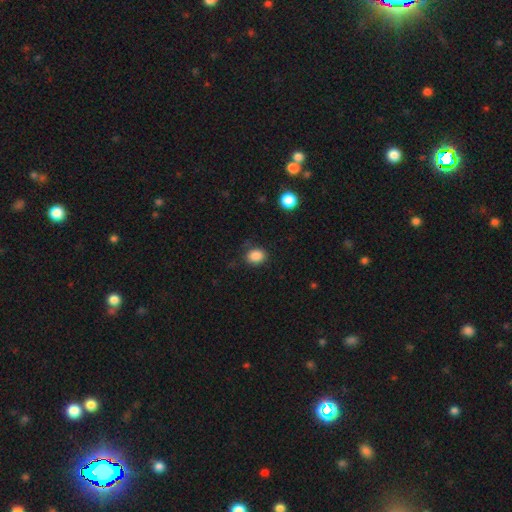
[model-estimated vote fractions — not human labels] Q: Smooth or featured?
A: smooth (86%); runner-up: star or artifact (10%)
Q: How rounded?
A: round (58%); runner-up: in between (41%)
Q: Merging?
A: none (80%); runner-up: minor disturbance (14%)